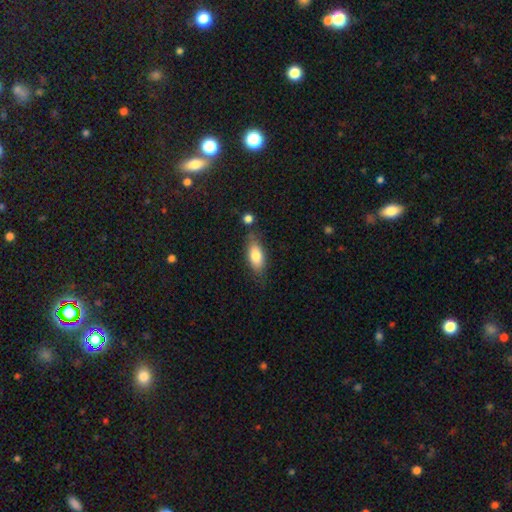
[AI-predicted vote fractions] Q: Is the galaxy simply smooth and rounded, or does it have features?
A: smooth — 79%.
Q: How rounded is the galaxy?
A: in between — 82%.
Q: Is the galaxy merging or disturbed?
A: none — 70%.